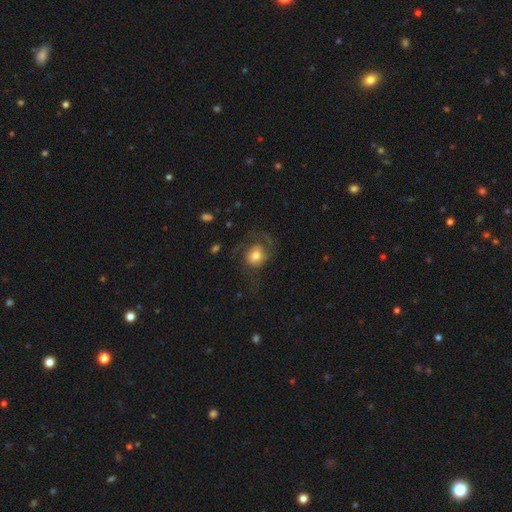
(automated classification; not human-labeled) smooth_or_featured: featured or disk (p=0.48) [alt: smooth p=0.44]
merging: none (p=0.45) [alt: major disturbance p=0.36]